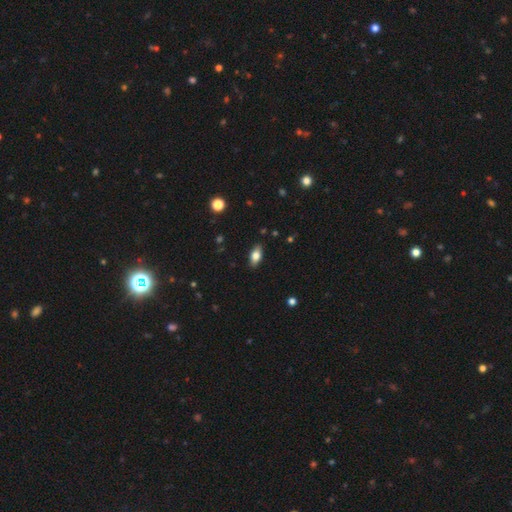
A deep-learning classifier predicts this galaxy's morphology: smooth_or_featured: smooth (p=0.73) [alt: featured or disk p=0.19]
how_rounded: in between (p=0.87) [alt: cigar-shaped p=0.10]
merging: none (p=0.88) [alt: minor disturbance p=0.09]